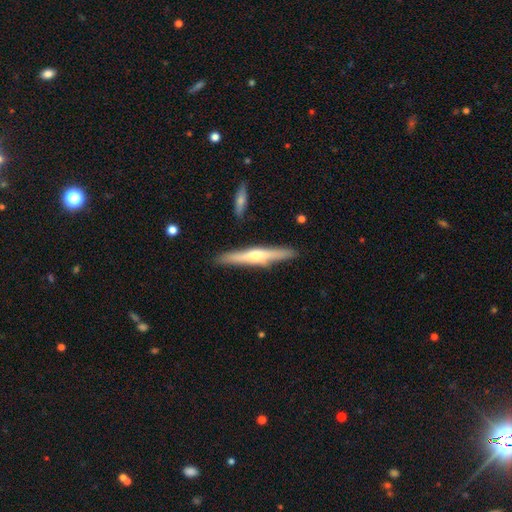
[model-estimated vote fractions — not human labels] Morphology: type=featured or disk (66%); edge-on=yes (96%); edge-on bulge=rounded (86%); merging=none (89%).